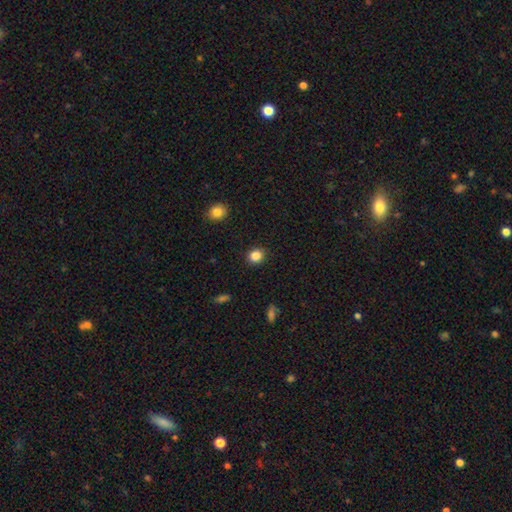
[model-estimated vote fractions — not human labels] This appears to be a smooth galaxy with no disk features (86%) that is round (73%). Merging: none (90%).